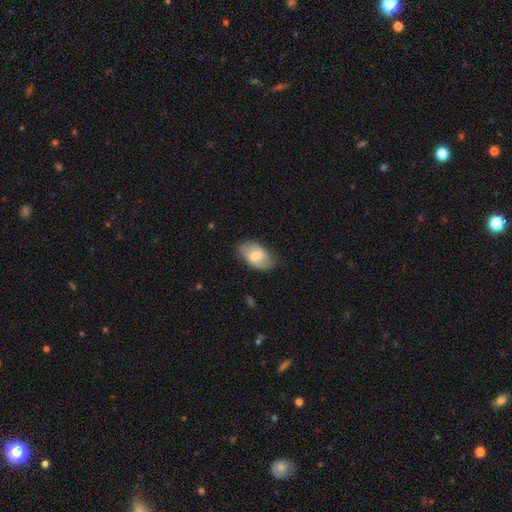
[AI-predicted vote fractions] Q: Smooth or featured?
A: smooth (52%); runner-up: featured or disk (42%)
Q: How rounded?
A: in between (91%); runner-up: round (8%)
Q: Merging?
A: none (73%); runner-up: minor disturbance (21%)